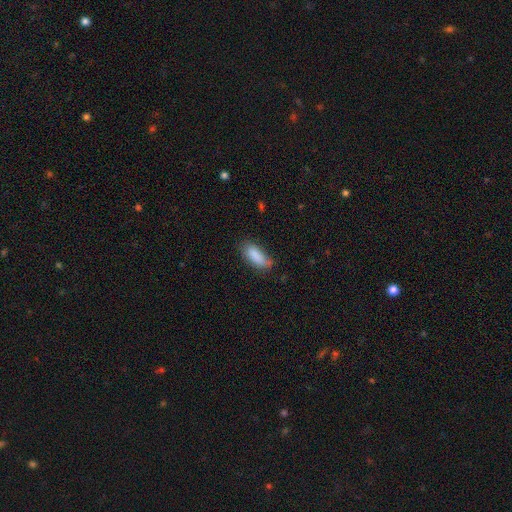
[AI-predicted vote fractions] smooth-or-featured: smooth: 86% | star or artifact: 7% | featured or disk: 7%
  how-rounded: in between: 78% | cigar-shaped: 20% | round: 2%
  merging: none: 64% | minor disturbance: 27% | major disturbance: 6% | merger: 3%